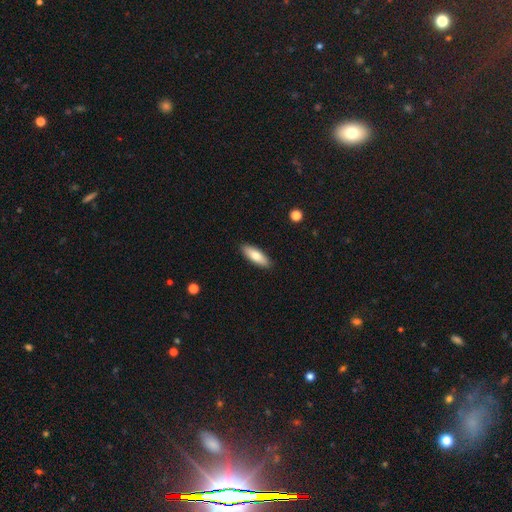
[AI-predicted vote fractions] Overall: smooth (75%). How rounded: in between (61%; cigar-shaped 37%). Merging: none (90%).